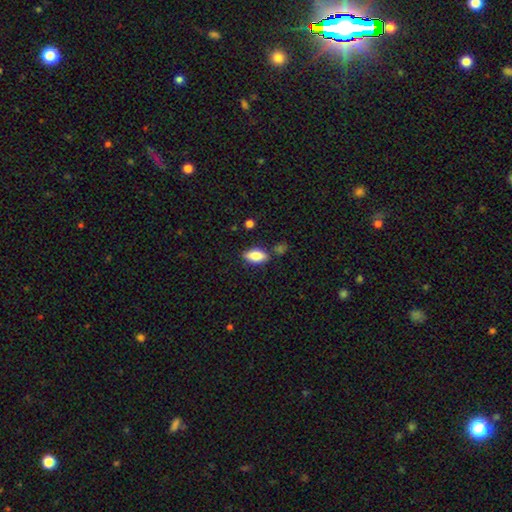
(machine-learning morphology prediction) Overall: smooth (80%). How rounded: in between (87%). Merging: none (80%).